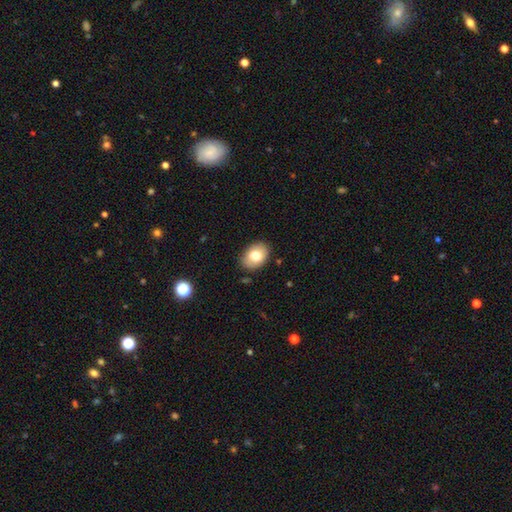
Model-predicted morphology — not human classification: smooth_or_featured: smooth (p=0.78) [alt: featured or disk p=0.14]
how_rounded: in between (p=0.76) [alt: round p=0.23]
merging: none (p=0.86) [alt: minor disturbance p=0.10]